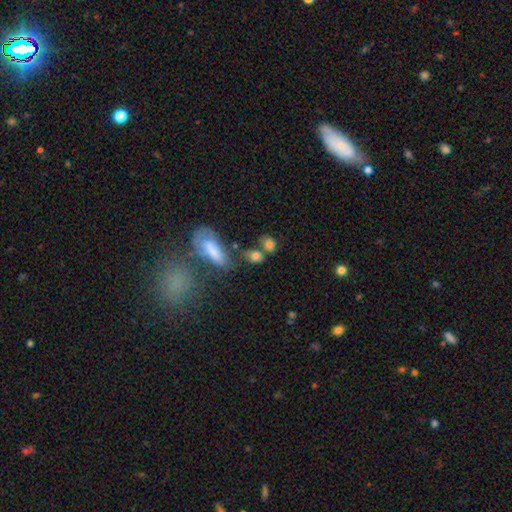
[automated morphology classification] Smooth or featured?
  - smooth: 77% *
  - featured or disk: 12%
  - star or artifact: 11%
How rounded?
  - in between: 57% *
  - round: 37%
  - cigar-shaped: 6%
Merging?
  - none: 52% *
  - merger: 25%
  - minor disturbance: 16%
  - major disturbance: 8%